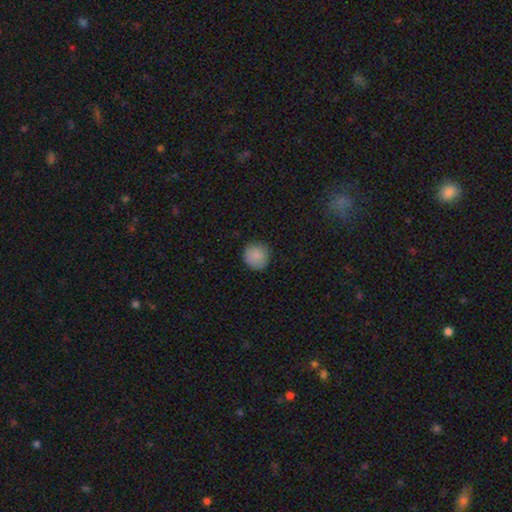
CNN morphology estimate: The model was most divided on "merging": none: 84%, minor disturbance: 12%, major disturbance: 3%, merger: 1%. More confident: how rounded — round (93%); smooth or featured — smooth (87%).